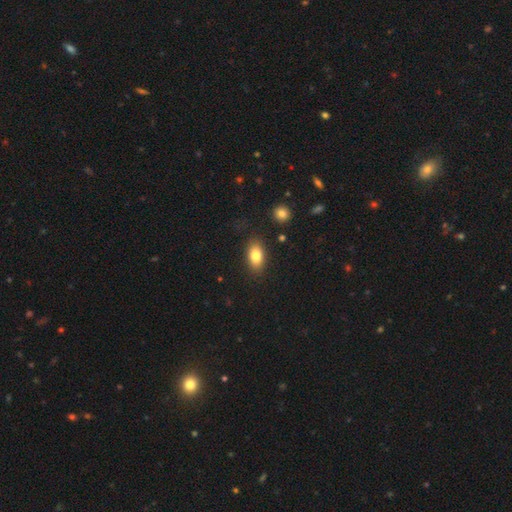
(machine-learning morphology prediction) A smooth galaxy with no disk features (82%) that is in between round and cigar-shaped (88%).

Vote fractions:
- Smooth or featured? smooth: 82% / featured or disk: 10% / star or artifact: 8%
- How rounded? in between: 88% / round: 8% / cigar-shaped: 3%
- Merging? none: 85% / minor disturbance: 10% / major disturbance: 3% / merger: 2%